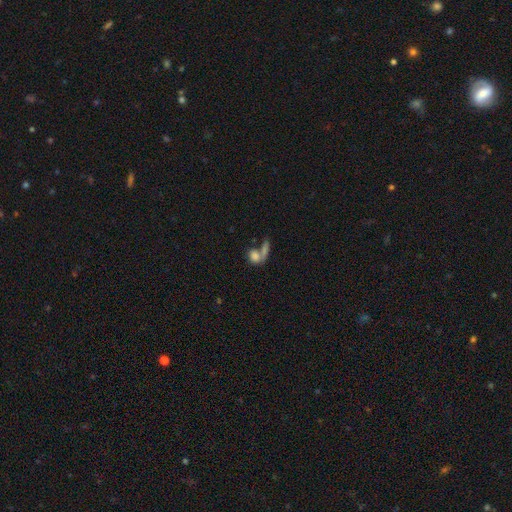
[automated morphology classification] The model was most divided on "merging": merger: 49%, none: 32%, major disturbance: 10%, minor disturbance: 9%. More confident: smooth or featured — smooth (70%); how rounded — in between (61%).